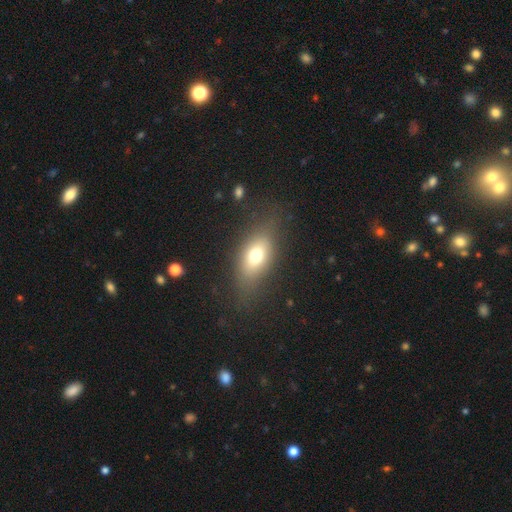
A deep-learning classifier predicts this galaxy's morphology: smooth 69%, featured or disk 20%, star or artifact 11%. Down the decision tree: how rounded — in between (78%); merging — none (72%).